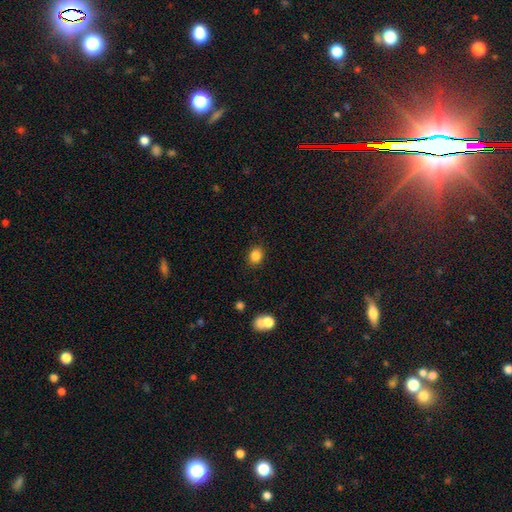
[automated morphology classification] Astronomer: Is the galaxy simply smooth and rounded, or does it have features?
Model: smooth — 85%.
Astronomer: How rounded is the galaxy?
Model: round — 62%.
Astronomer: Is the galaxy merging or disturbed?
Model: none — 87%.